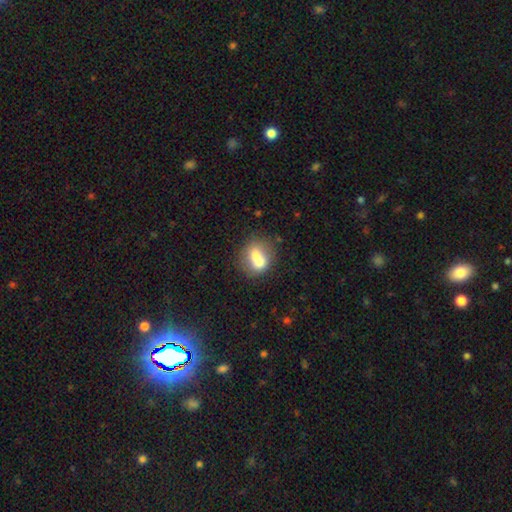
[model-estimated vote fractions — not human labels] This is likely a smooth galaxy (65%). How rounded: possibly round (52%). Merging: possibly merger (48%).